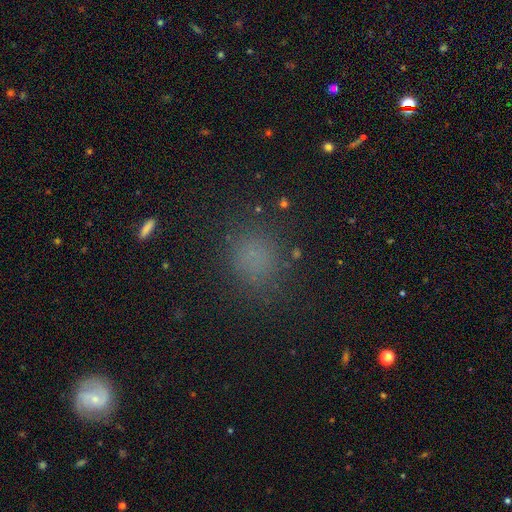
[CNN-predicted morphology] Smooth or featured? Predicted: smooth (p=0.72). How rounded? Predicted: round (p=0.73). Merging? Predicted: none (p=0.82).